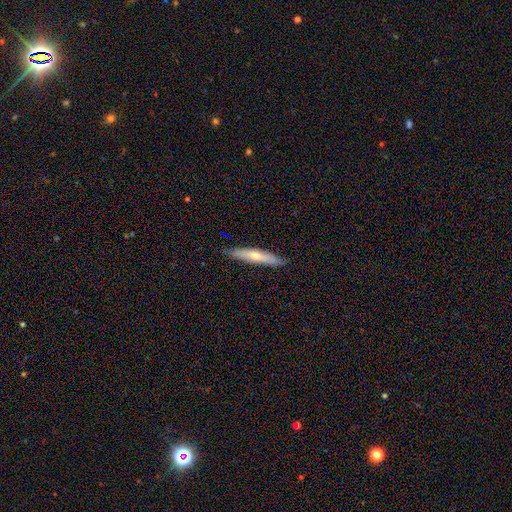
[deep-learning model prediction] Smooth or featured? smooth (47%, tied with featured or disk)
Merging? none (88%)